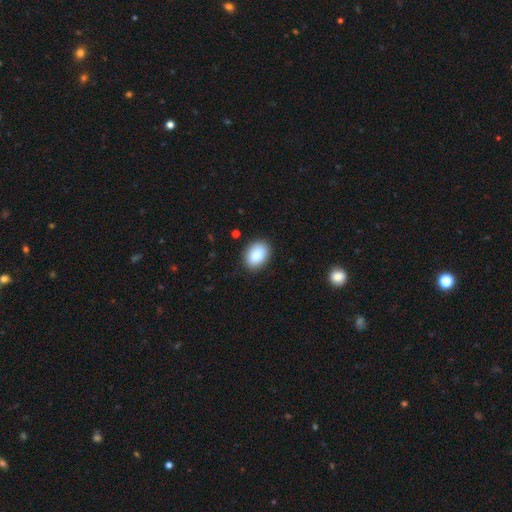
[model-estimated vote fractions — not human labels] The model was most divided on "how rounded": in between: 82%, round: 17%, cigar-shaped: 1%. More confident: smooth or featured — smooth (88%); merging — none (87%).